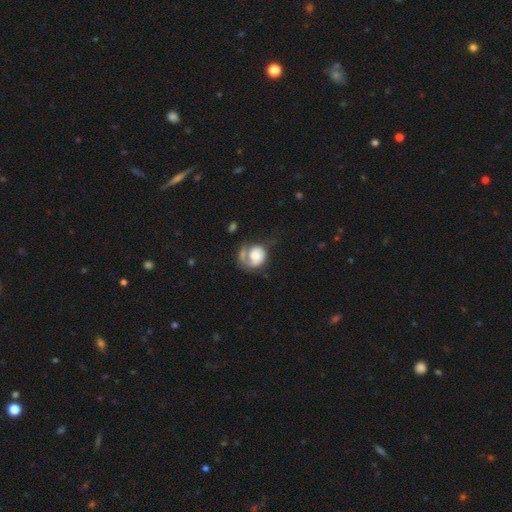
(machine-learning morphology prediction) Smooth or featured?
  - featured or disk: 64% *
  - smooth: 29%
  - star or artifact: 7%
Edge-on disk?
  - no: 98% *
  - yes: 2%
Bar?
  - no: 69% *
  - weak: 25%
  - strong: 6%
Spiral arms?
  - yes: 84% *
  - no: 16%
Spiral winding?
  - tight: 42% *
  - medium: 34%
  - loose: 24%
Spiral arm count?
  - 1: 75% *
  - 2: 14%
  - can't tell: 7%
  - 3: 2%
  - 4: 1%
  - more than 4: 1%
Bulge size?
  - moderate: 41% *
  - large: 24%
  - small: 23%
  - none: 8%
  - dominant: 4%
Merging?
  - none: 39% *
  - major disturbance: 34%
  - minor disturbance: 19%
  - merger: 8%